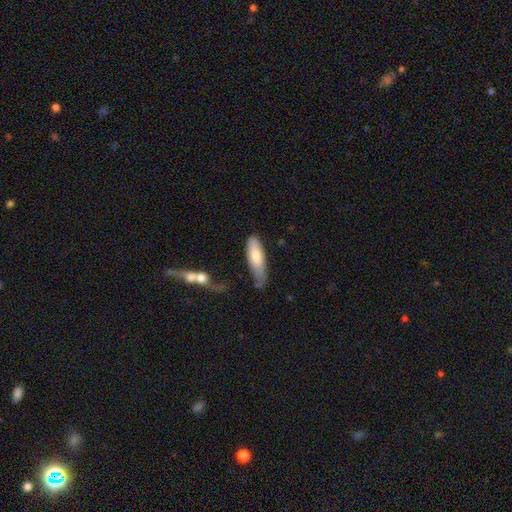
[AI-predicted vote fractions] A smooth galaxy with no disk features (70%) that is in between round and cigar-shaped (51%). Merging: none (52%).